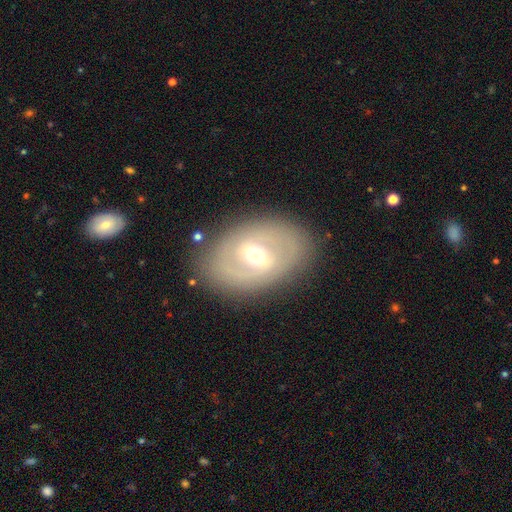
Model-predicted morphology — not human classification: Smooth or featured?
  - featured or disk: 68% *
  - smooth: 25%
  - star or artifact: 7%
Edge-on disk?
  - no: 93% *
  - yes: 7%
Bar?
  - weak: 50% *
  - no: 26%
  - strong: 24%
Spiral arms?
  - yes: 54% *
  - no: 46%
Bulge size?
  - moderate: 66% *
  - small: 27%
  - large: 5%
  - dominant: 1%
  - none: 1%
Merging?
  - none: 82% *
  - minor disturbance: 12%
  - major disturbance: 5%
  - merger: 1%